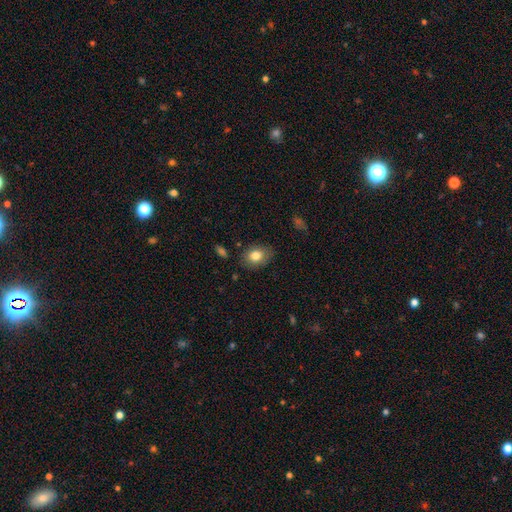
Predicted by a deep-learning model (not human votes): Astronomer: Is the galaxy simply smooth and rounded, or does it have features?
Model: smooth — 80%.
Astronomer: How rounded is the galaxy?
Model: in between — 72%.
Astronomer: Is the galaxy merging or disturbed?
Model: none — 81%.